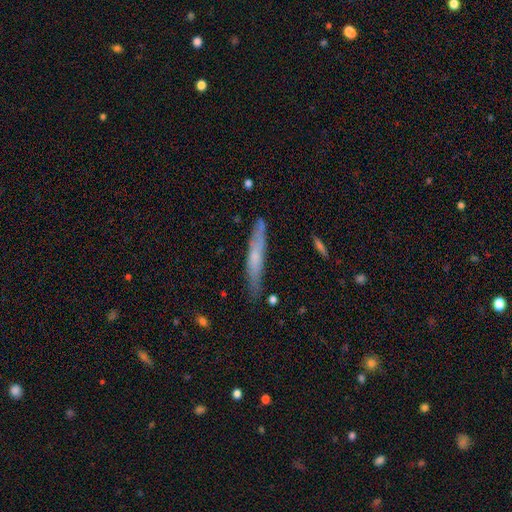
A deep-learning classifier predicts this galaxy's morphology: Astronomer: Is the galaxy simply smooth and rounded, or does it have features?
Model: smooth — 51% (runner-up: featured or disk, 42%).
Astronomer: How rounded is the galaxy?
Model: cigar-shaped — 94%.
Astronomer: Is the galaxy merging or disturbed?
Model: none — 80%.